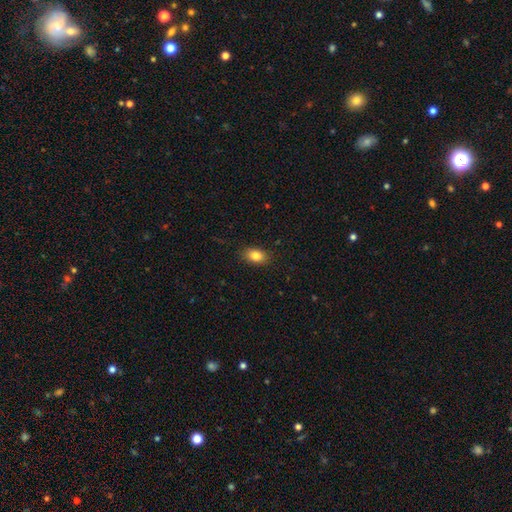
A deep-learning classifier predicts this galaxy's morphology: The model was most divided on "how rounded": in between: 84%, round: 15%, cigar-shaped: 2%. More confident: merging — none (88%); smooth or featured — smooth (84%).